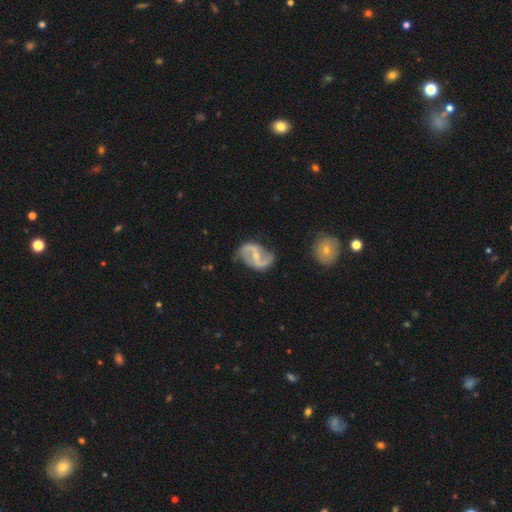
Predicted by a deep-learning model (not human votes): Smooth or featured?
  - featured or disk: 88% *
  - smooth: 7%
  - star or artifact: 5%
Edge-on disk?
  - no: 97% *
  - yes: 3%
Bar?
  - weak: 42% *
  - strong: 37%
  - no: 21%
Spiral arms?
  - yes: 95% *
  - no: 5%
Spiral winding?
  - loose: 62% *
  - medium: 30%
  - tight: 8%
Spiral arm count?
  - 2: 93% *
  - can't tell: 2%
  - 1: 2%
  - 3: 1%
  - 4: 1%
  - more than 4: 1%
Bulge size?
  - small: 65% *
  - moderate: 28%
  - none: 4%
  - large: 1%
  - dominant: 1%
Merging?
  - none: 75% *
  - minor disturbance: 17%
  - major disturbance: 6%
  - merger: 2%